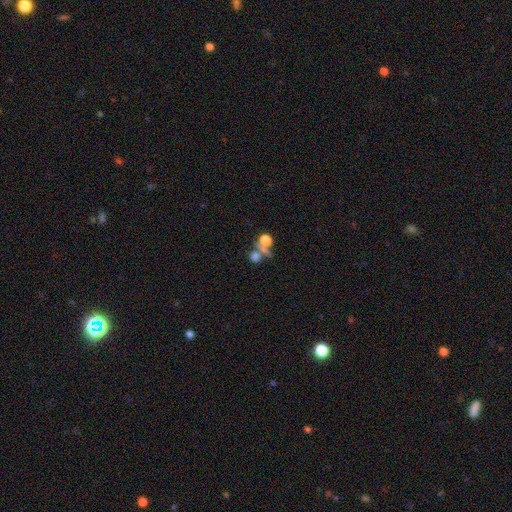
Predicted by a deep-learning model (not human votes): Smooth or featured?
  - smooth: 43% *
  - star or artifact: 37%
  - featured or disk: 21%
Merging?
  - none: 44% *
  - merger: 40%
  - minor disturbance: 8%
  - major disturbance: 7%